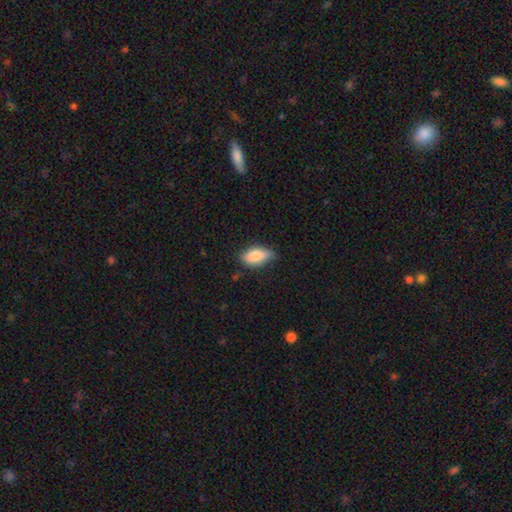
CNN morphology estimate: smooth-or-featured: smooth: 80% | featured or disk: 13% | star or artifact: 7%
  how-rounded: in between: 87% | cigar-shaped: 8% | round: 4%
  merging: none: 68% | minor disturbance: 26% | major disturbance: 4% | merger: 1%